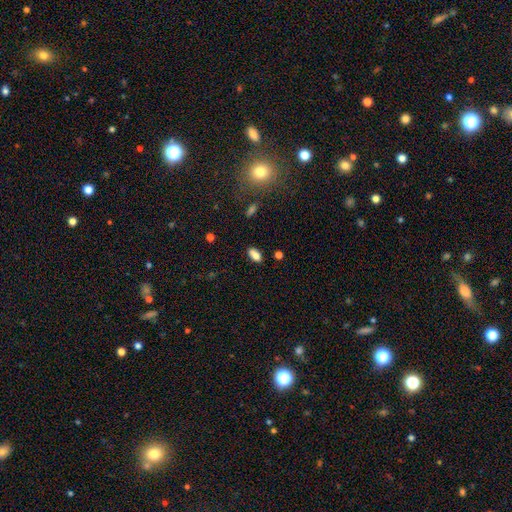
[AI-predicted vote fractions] Overall: smooth (79%). How rounded: in between (89%). Merging: none (69%).